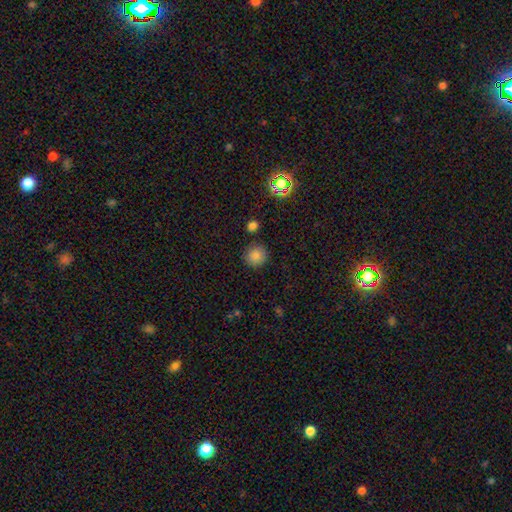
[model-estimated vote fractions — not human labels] This is clearly a smooth galaxy (83%). How rounded: clearly round (92%). Merging: clearly none (86%).